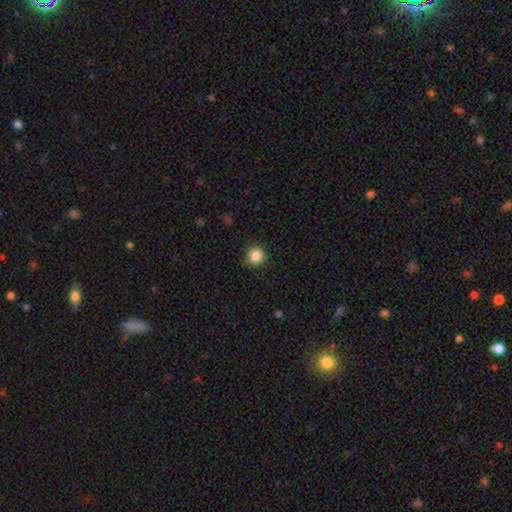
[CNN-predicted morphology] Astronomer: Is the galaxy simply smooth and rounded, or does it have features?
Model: smooth — 86%.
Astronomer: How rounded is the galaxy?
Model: round — 94%.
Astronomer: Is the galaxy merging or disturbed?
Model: none — 86%.